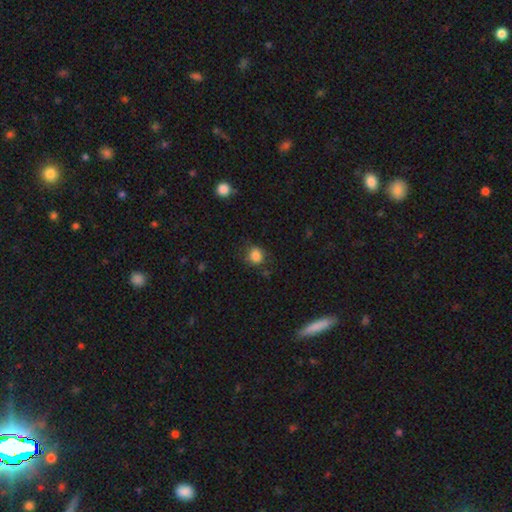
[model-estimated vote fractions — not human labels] smooth-or-featured: smooth: 85% | star or artifact: 11% | featured or disk: 4%
  how-rounded: round: 78% | in between: 21% | cigar-shaped: 1%
  merging: none: 75% | minor disturbance: 18% | major disturbance: 6% | merger: 2%